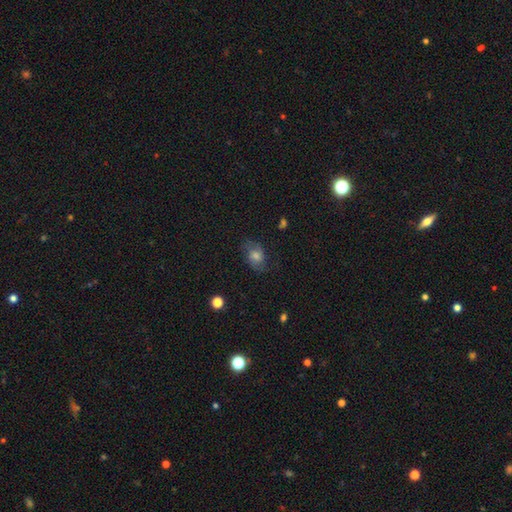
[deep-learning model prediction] featured or disk 49%, smooth 35%, star or artifact 16%. Down the decision tree: merging — none (74%).